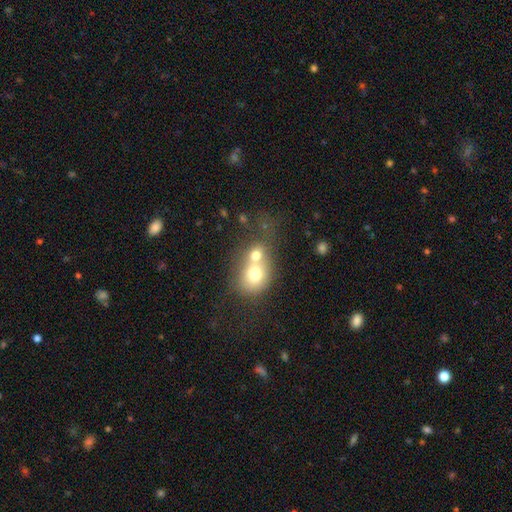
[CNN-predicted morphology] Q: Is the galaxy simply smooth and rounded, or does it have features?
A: smooth — 68%.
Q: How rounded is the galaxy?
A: round — 59%.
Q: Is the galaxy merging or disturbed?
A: merger — 69%.